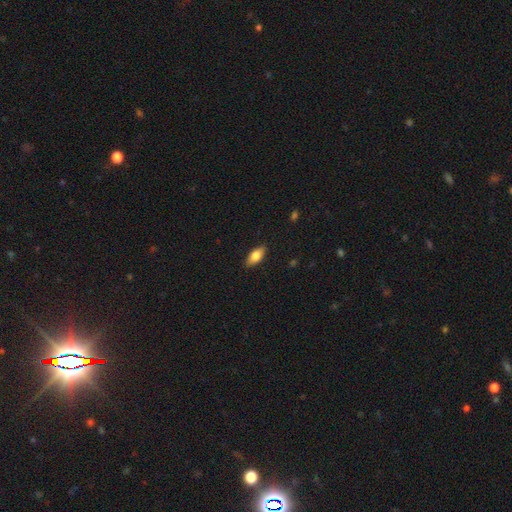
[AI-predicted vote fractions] The model was most divided on "smooth or featured": smooth: 79%, featured or disk: 15%, star or artifact: 7%. More confident: merging — none (87%); how rounded — in between (87%).